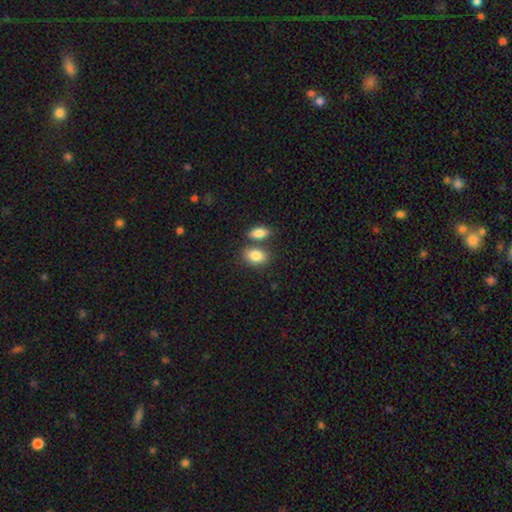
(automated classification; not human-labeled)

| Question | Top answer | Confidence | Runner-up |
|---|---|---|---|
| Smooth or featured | smooth | 85% | featured or disk (7%) |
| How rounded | in between | 86% | round (12%) |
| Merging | none | 57% | merger (29%) |